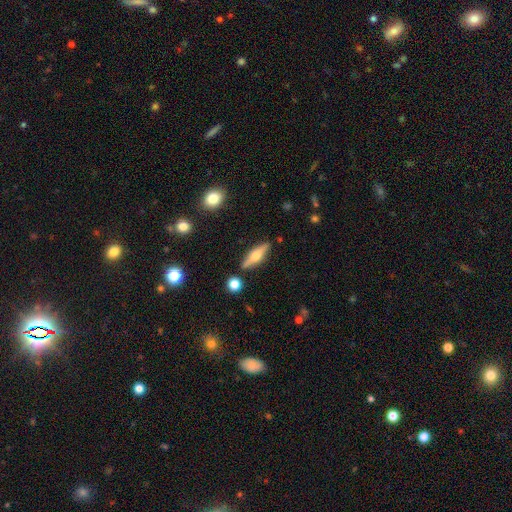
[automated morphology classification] type=featured or disk (58%); edge-on=yes (94%); edge-on bulge=rounded (92%); merging=none (84%).